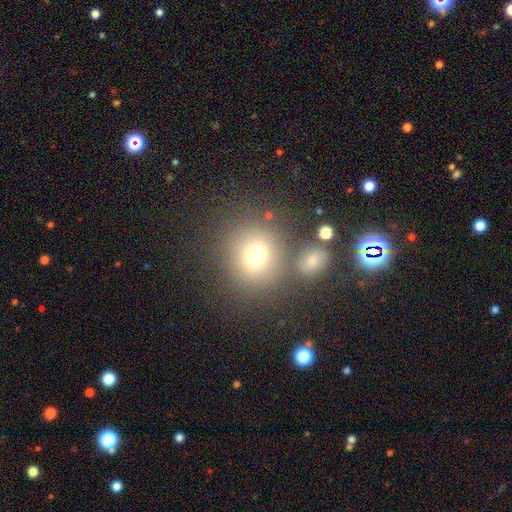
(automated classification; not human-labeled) smooth-or-featured: smooth: 74% | star or artifact: 15% | featured or disk: 12%
  how-rounded: round: 81% | in between: 18% | cigar-shaped: 1%
  merging: none: 70% | merger: 15% | minor disturbance: 10% | major disturbance: 5%